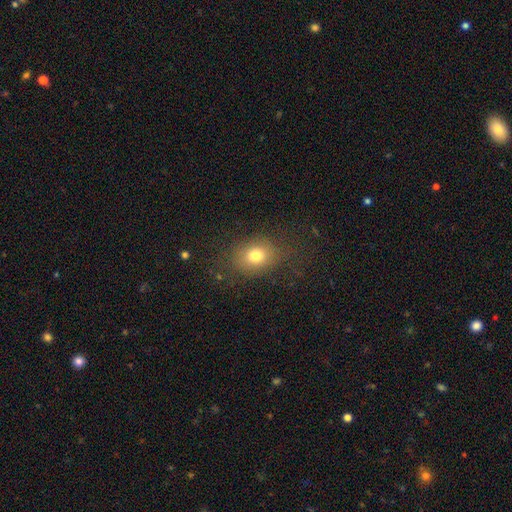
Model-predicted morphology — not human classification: type=smooth (76%); roundness=in between (56%); merging=none (76%).